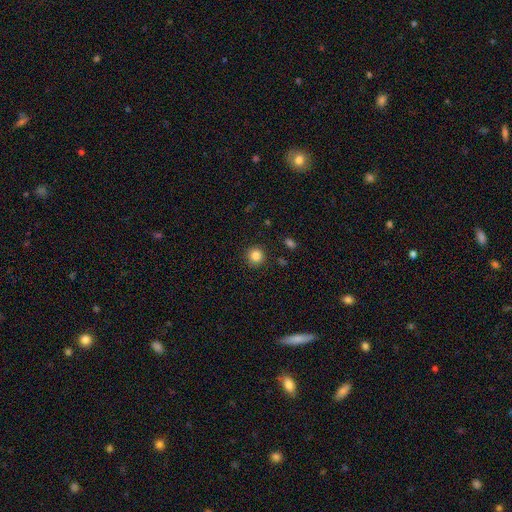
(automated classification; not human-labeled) Q: Smooth or featured?
A: smooth (84%); runner-up: star or artifact (11%)
Q: How rounded?
A: round (93%); runner-up: in between (6%)
Q: Merging?
A: none (90%); runner-up: minor disturbance (7%)